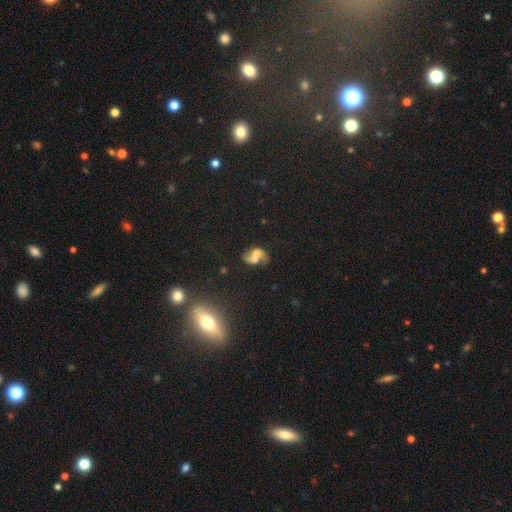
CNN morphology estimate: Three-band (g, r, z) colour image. It shows a featured or disk galaxy (44%). Merging: merger (50%).